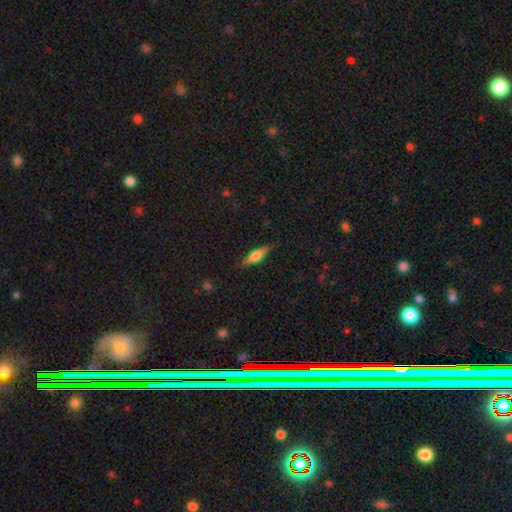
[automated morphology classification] smooth-or-featured: smooth: 50% | featured or disk: 43% | star or artifact: 7%
  how-rounded: cigar-shaped: 54% | in between: 43% | round: 3%
  merging: none: 83% | minor disturbance: 13% | major disturbance: 3% | merger: 1%